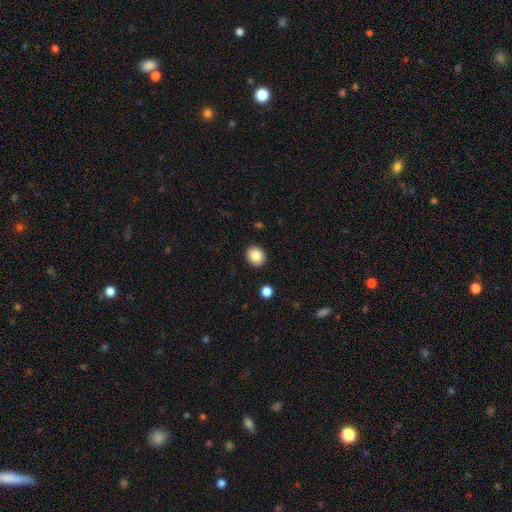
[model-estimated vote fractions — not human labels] The model was most divided on "how rounded": round: 74%, in between: 25%, cigar-shaped: 1%. More confident: merging — none (91%); smooth or featured — smooth (86%).